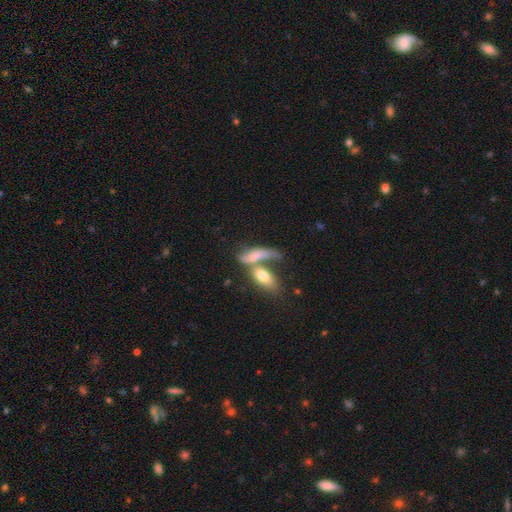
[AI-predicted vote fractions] A smooth galaxy with no disk features (64%) that is in between round and cigar-shaped (61%). Merging: merger (58%).